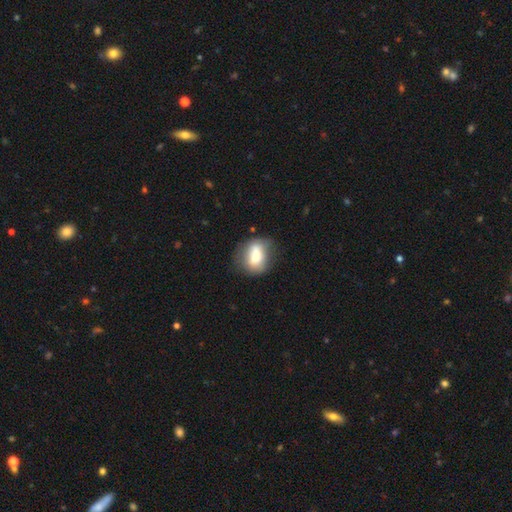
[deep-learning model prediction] This appears to be a smooth galaxy with no disk features (67%) that is in between round and cigar-shaped (59%). Merging: none (61%).